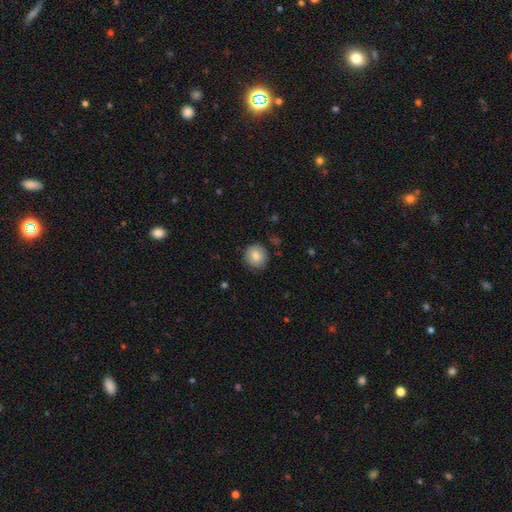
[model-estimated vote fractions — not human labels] Overall: smooth (81%). How rounded: round (91%). Merging: none (85%).